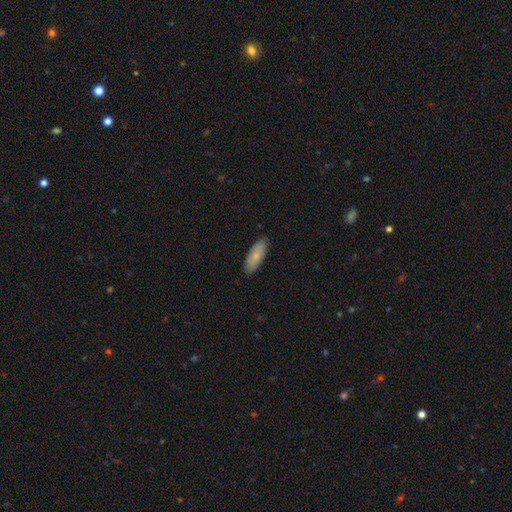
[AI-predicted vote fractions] This is clearly a smooth galaxy (82%). How rounded: likely in between (71%). Merging: clearly none (87%).